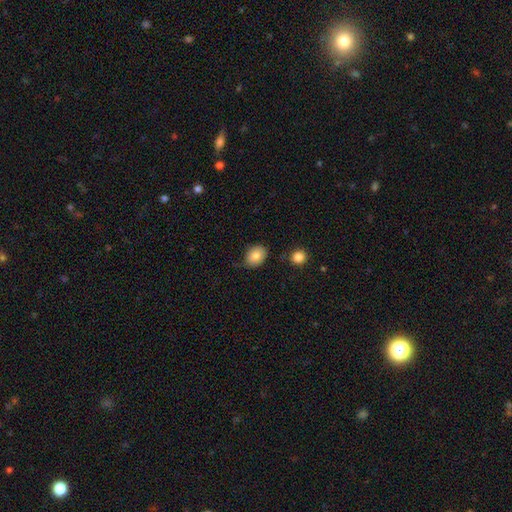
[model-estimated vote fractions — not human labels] This is clearly a smooth galaxy (82%). How rounded: possibly in between (57%). Merging: likely none (73%).